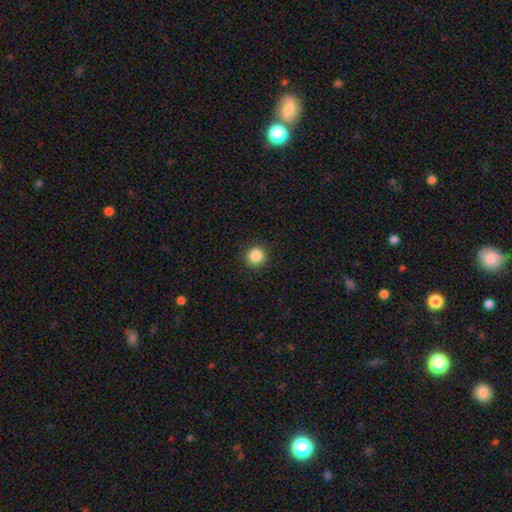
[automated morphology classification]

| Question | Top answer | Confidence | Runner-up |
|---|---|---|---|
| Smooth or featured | smooth | 87% | star or artifact (10%) |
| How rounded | round | 95% | in between (4%) |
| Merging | none | 92% | minor disturbance (5%) |